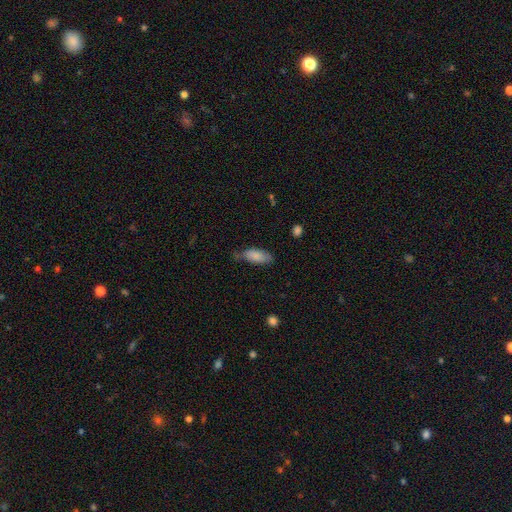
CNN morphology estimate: Smooth or featured? Predicted: smooth (p=0.83). How rounded? Predicted: in between (p=0.82). Merging? Predicted: none (p=0.53).